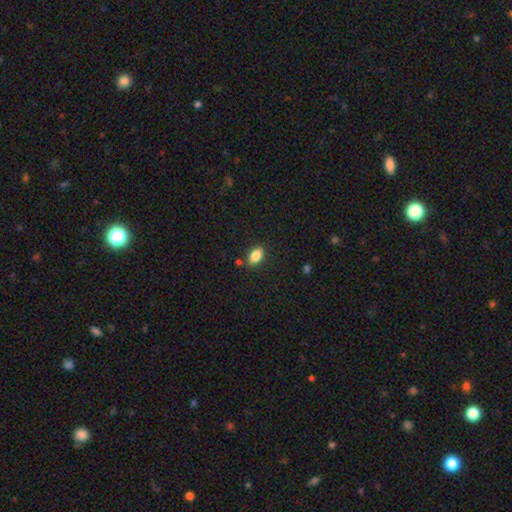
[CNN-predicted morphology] type=smooth (85%); roundness=in between (90%); merging=none (83%).